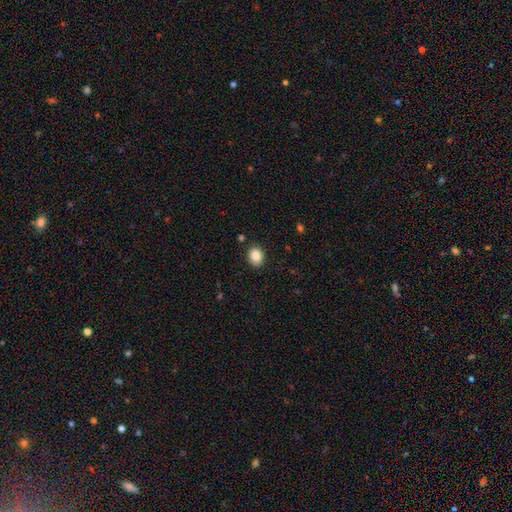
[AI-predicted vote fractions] Smooth or featured? smooth (87%)
How rounded? in between (54%)
Merging? none (88%)